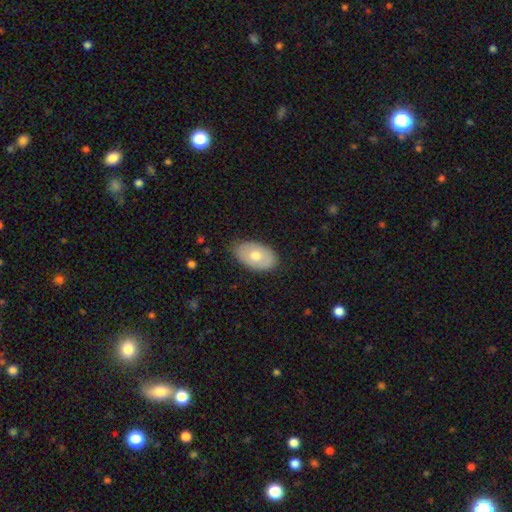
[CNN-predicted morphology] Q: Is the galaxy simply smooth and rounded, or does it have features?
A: smooth — 65%.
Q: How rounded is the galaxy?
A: in between — 92%.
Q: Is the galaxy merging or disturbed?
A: none — 82%.